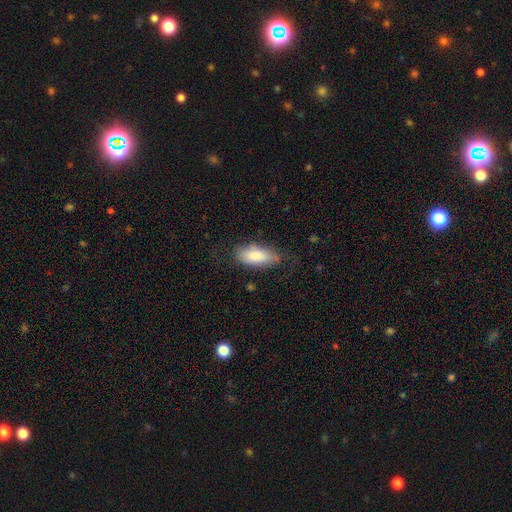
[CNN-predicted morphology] Smooth or featured? Predicted: smooth (p=0.80). How rounded? Predicted: in between (p=0.86). Merging? Predicted: none (p=0.67).